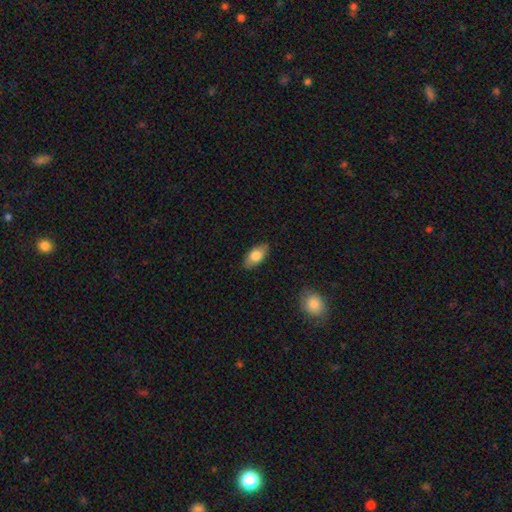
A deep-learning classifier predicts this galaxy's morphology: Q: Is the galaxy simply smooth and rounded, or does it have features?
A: smooth — 76%.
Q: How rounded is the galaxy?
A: in between — 90%.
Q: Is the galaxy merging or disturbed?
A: none — 86%.